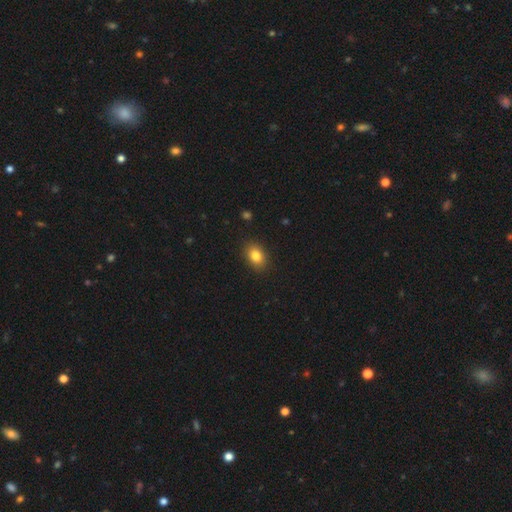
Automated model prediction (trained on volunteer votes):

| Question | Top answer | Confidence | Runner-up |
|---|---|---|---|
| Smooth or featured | smooth | 83% | star or artifact (10%) |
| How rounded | in between | 73% | round (26%) |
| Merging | none | 88% | minor disturbance (9%) |